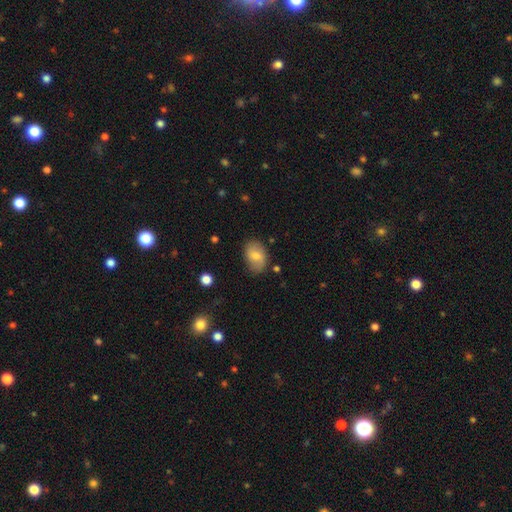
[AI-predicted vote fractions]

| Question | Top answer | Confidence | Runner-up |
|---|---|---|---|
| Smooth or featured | smooth | 69% | featured or disk (23%) |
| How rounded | in between | 85% | round (14%) |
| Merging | none | 77% | minor disturbance (18%) |